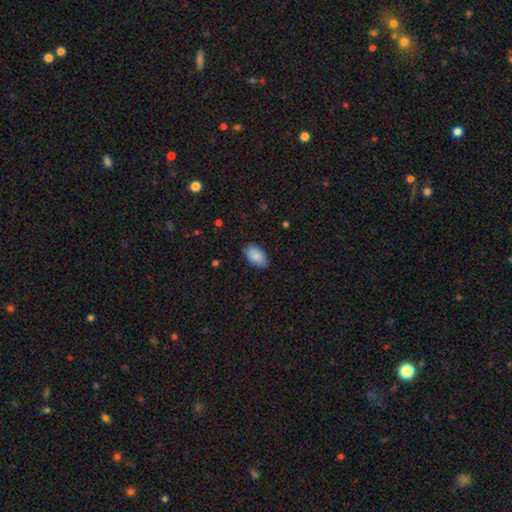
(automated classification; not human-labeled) The model was most divided on "merging": none: 83%, minor disturbance: 14%, major disturbance: 3%, merger: 1%. More confident: how rounded — in between (93%); smooth or featured — smooth (86%).